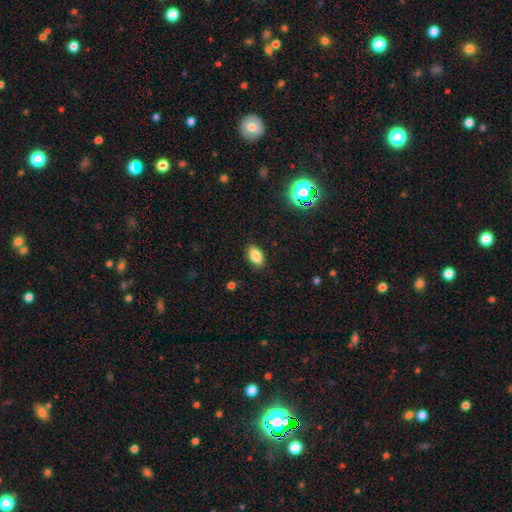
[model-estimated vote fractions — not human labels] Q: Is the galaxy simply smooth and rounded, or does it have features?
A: smooth — 83%.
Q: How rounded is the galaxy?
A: in between — 89%.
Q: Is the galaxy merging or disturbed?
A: none — 86%.